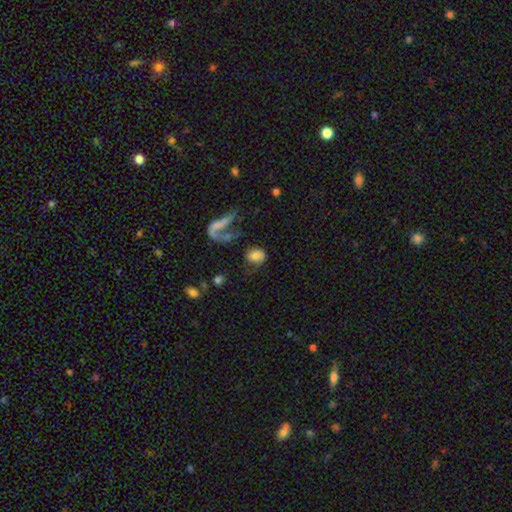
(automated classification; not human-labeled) smooth_or_featured: smooth (p=0.66) [alt: featured or disk p=0.24]
how_rounded: in between (p=0.53) [alt: round p=0.45]
merging: none (p=0.39) [alt: major disturbance p=0.30]